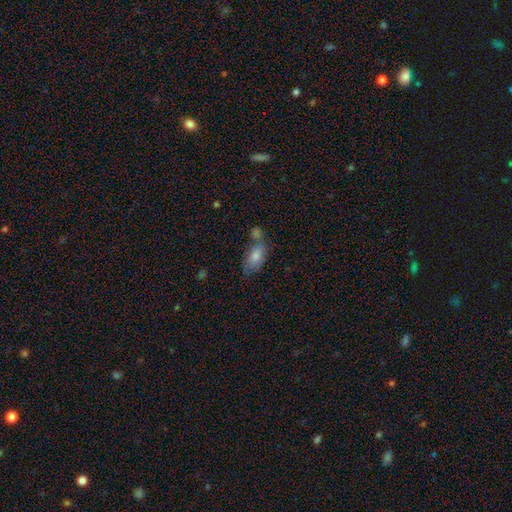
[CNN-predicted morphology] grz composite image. It shows a smooth galaxy with no disk features (75%) that is in between round and cigar-shaped (88%). Merging: none (50%).